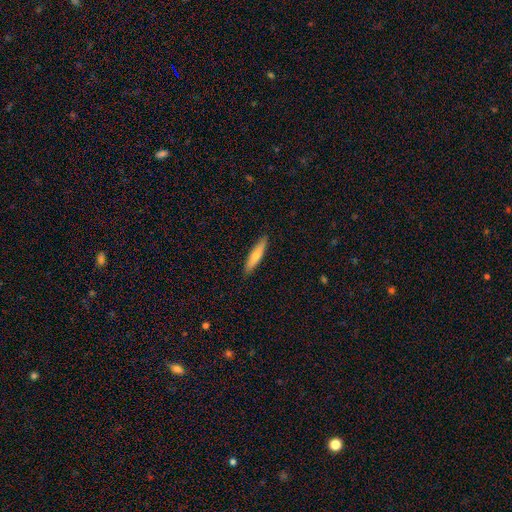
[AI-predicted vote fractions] Smooth or featured? Predicted: smooth (p=0.68). How rounded? Predicted: cigar-shaped (p=0.84). Merging? Predicted: none (p=0.89).